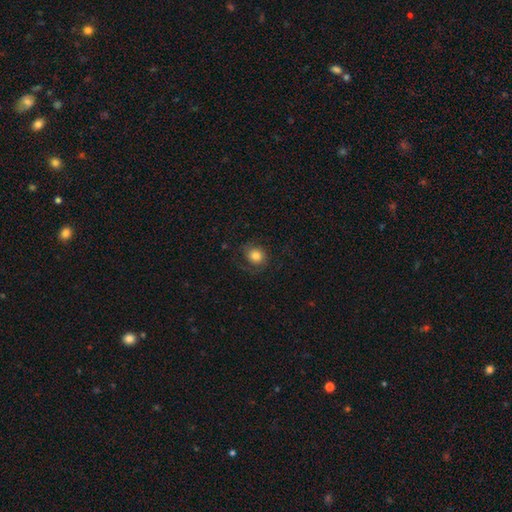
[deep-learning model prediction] Smooth or featured: smooth — 72% (featured or disk — 19%)
How rounded: round — 80% (in between — 19%)
Merging: none — 69% (minor disturbance — 17%)